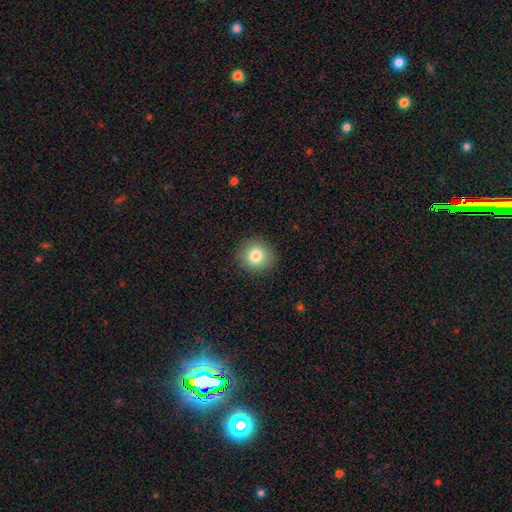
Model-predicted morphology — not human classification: smooth-or-featured: smooth: 82% | star or artifact: 10% | featured or disk: 8%
  how-rounded: round: 90% | in between: 9% | cigar-shaped: 1%
  merging: none: 91% | minor disturbance: 6% | major disturbance: 2% | merger: 1%